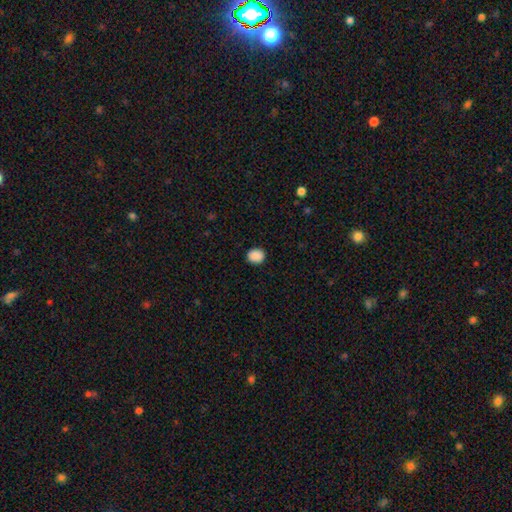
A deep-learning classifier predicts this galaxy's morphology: Smooth or featured? smooth (89%)
How rounded? round (68%)
Merging? none (90%)